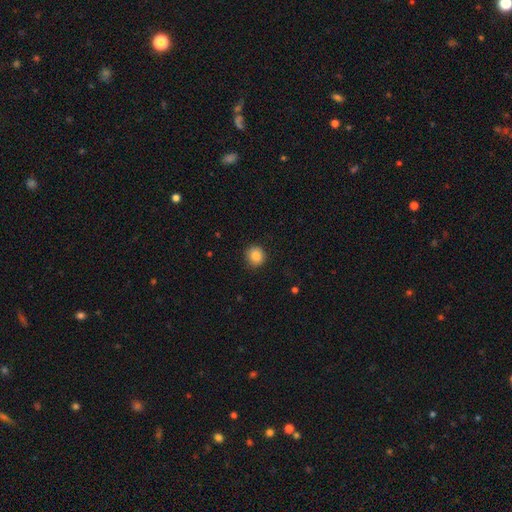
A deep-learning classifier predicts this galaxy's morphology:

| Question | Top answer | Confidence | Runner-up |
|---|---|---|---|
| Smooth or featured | smooth | 86% | star or artifact (9%) |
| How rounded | round | 88% | in between (11%) |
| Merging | none | 87% | minor disturbance (10%) |